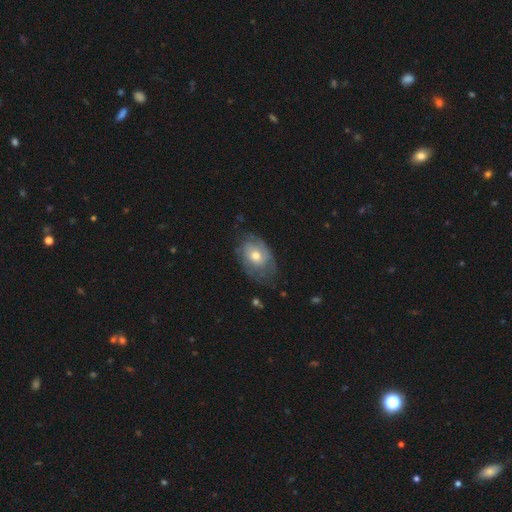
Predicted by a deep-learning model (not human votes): smooth_or_featured: featured or disk (p=0.50) [alt: smooth p=0.43]
disk_edge_on: no (p=0.94) [alt: yes p=0.06]
merging: none (p=0.55) [alt: minor disturbance p=0.29]